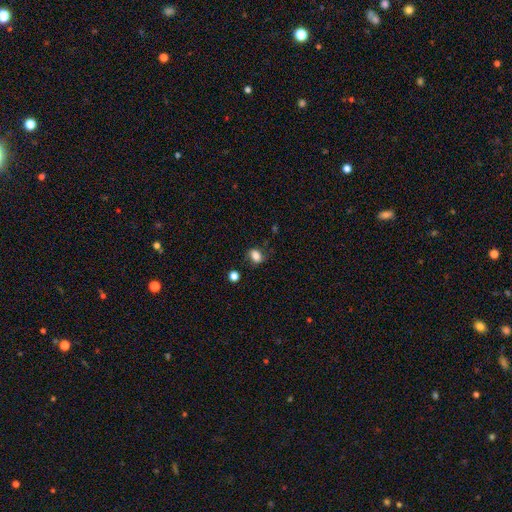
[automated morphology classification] Smooth or featured? Predicted: smooth (p=0.81). How rounded? Predicted: in between (p=0.72). Merging? Predicted: none (p=0.72).